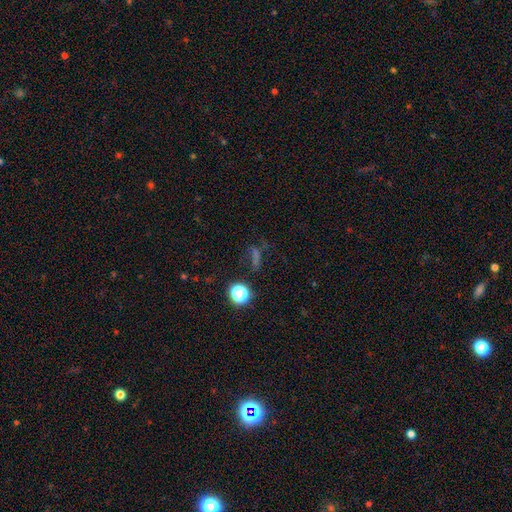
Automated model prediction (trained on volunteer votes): A star or artifact, not a galaxy (49%).

Vote fractions:
- Smooth or featured? star or artifact: 49% / smooth: 35% / featured or disk: 17%